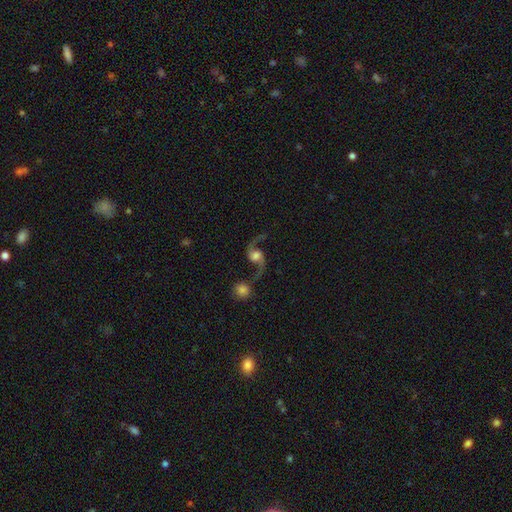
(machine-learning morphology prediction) Smooth or featured? featured or disk (89%)
Edge-on disk? no (97%)
Bar? no (60%)
Spiral arms? yes (97%)
Spiral winding? loose (83%)
Spiral arm count? 2 (94%)
Bulge size? moderate (49%)
Merging? none (62%)